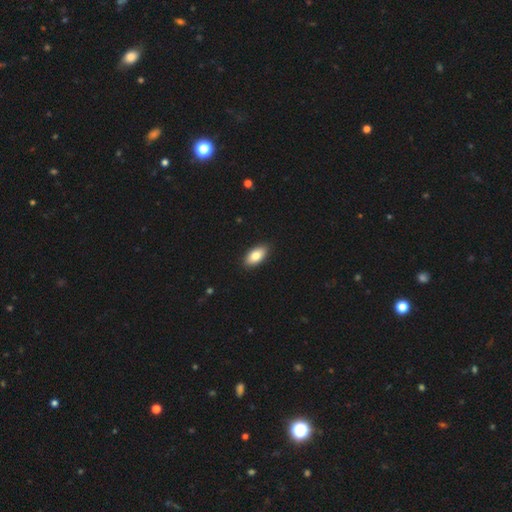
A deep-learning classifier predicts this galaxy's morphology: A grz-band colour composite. It shows a smooth galaxy with no disk features (82%) that is in between round and cigar-shaped (92%). Merging: none (89%).